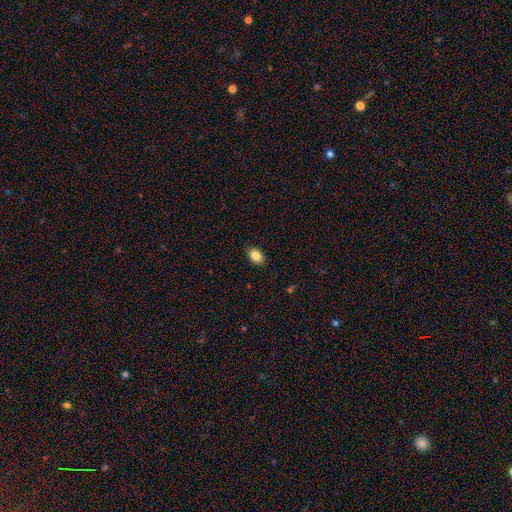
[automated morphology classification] This appears to be a smooth galaxy with no disk features (85%) that is in between round and cigar-shaped (85%). Merging: none (88%).